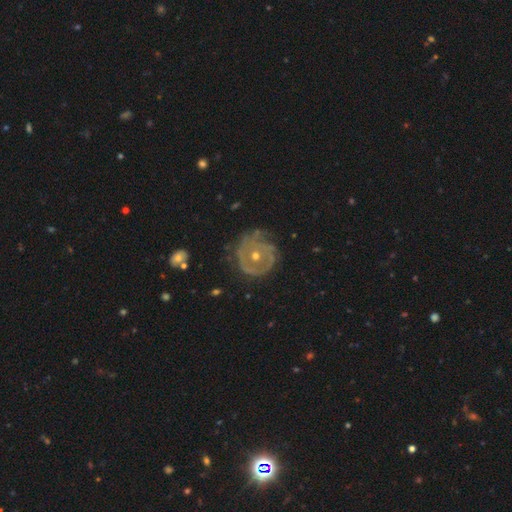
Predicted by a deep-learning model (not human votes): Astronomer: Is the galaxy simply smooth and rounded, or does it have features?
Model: featured or disk — 79%.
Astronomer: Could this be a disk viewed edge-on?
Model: no — 97%.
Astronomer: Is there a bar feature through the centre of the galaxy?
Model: no — 80%.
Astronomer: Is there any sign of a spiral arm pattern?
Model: yes — 80%.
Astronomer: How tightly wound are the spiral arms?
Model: tight — 68%.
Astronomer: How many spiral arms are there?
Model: can't tell — 39% (runner-up: 2, 24%).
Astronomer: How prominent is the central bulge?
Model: small — 49% (runner-up: moderate, 48%).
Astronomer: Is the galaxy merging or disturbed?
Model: none — 66%.